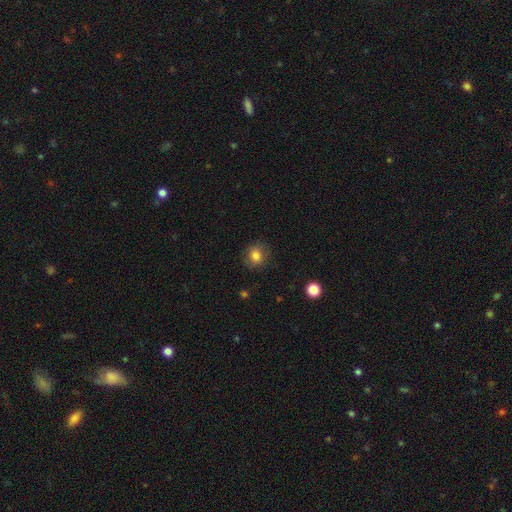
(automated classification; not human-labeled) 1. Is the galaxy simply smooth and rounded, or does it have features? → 82% smooth, 10% star or artifact, 8% featured or disk.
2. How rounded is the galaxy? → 76% round, 23% in between, 1% cigar-shaped.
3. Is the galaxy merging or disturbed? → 83% none, 12% minor disturbance, 4% major disturbance, 1% merger.